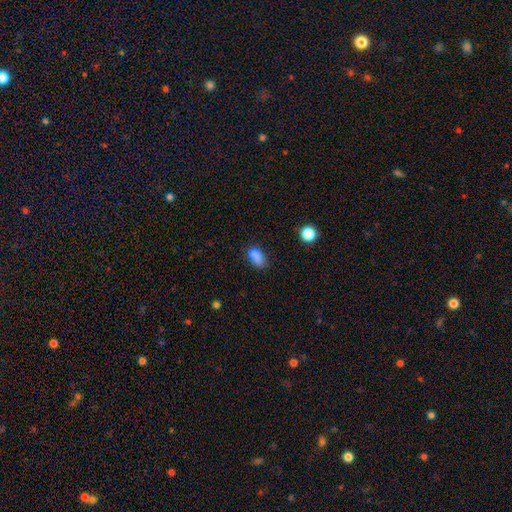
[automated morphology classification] Smooth or featured: smooth — 82% (star or artifact — 11%)
How rounded: in between — 84% (round — 12%)
Merging: none — 50% (minor disturbance — 32%)